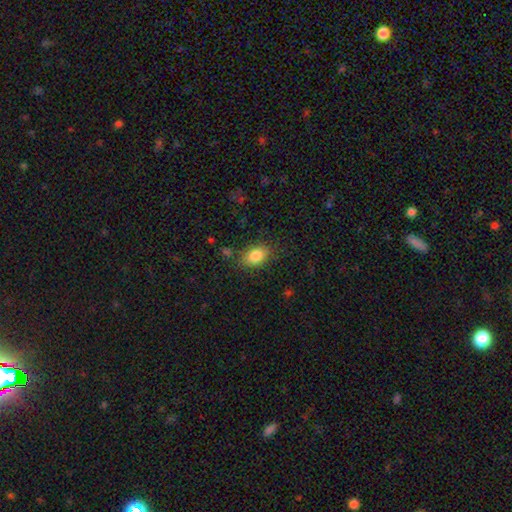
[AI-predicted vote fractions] A smooth galaxy with no disk features (85%) that is in between round and cigar-shaped (82%). Merging: none (79%).